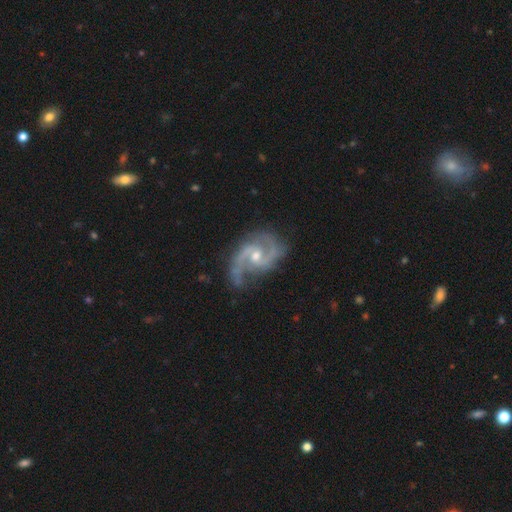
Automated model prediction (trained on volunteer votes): Smooth or featured? featured or disk (92%)
Edge-on disk? no (98%)
Bar? no (46%)
Spiral arms? yes (98%)
Spiral winding? medium (54%)
Spiral arm count? 2 (85%)
Bulge size? moderate (55%)
Merging? none (68%)